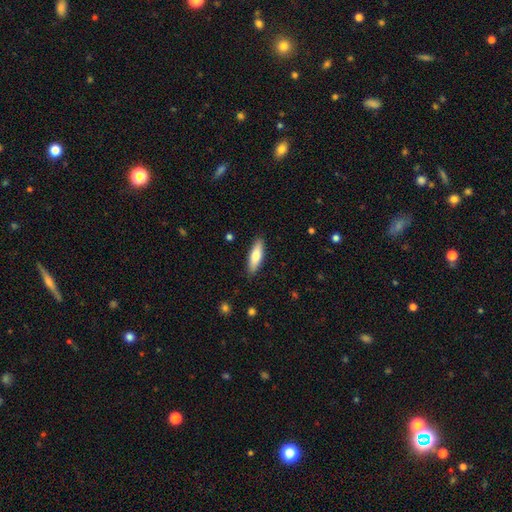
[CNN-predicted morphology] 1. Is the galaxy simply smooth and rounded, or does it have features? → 71% smooth, 23% featured or disk, 6% star or artifact.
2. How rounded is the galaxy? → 58% cigar-shaped, 40% in between, 2% round.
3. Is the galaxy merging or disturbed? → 89% none, 9% minor disturbance, 2% major disturbance, 1% merger.